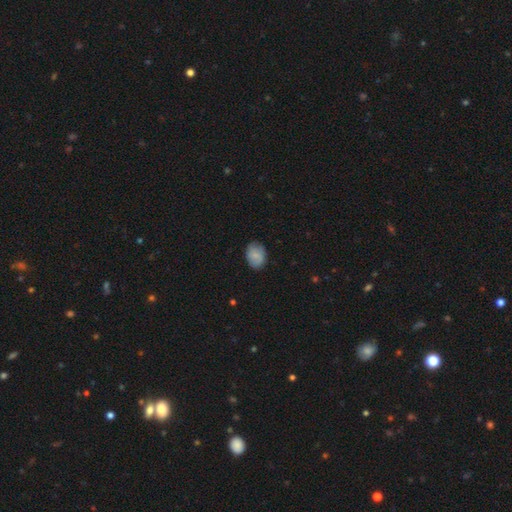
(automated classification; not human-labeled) This appears to be a smooth galaxy with no disk features (78%) that is in between round and cigar-shaped (71%). Merging: none (82%).